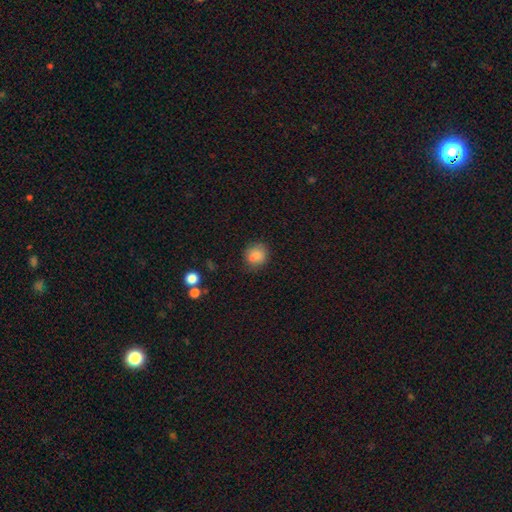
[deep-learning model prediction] Q: Smooth or featured?
A: smooth (82%); runner-up: star or artifact (10%)
Q: How rounded?
A: round (70%); runner-up: in between (29%)
Q: Merging?
A: none (67%); runner-up: minor disturbance (20%)